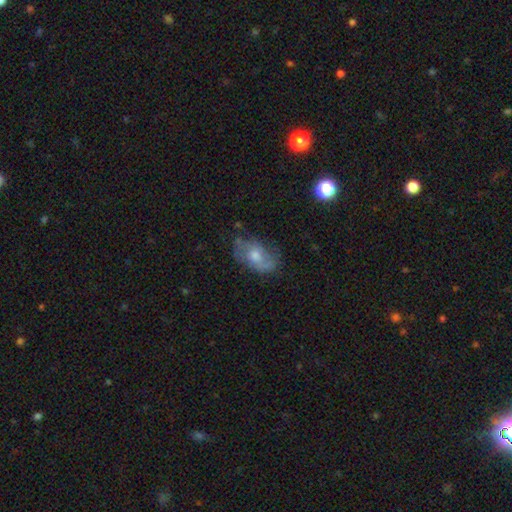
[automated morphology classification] Smooth or featured?
  - featured or disk: 54% *
  - smooth: 36%
  - star or artifact: 10%
Edge-on disk?
  - no: 93% *
  - yes: 7%
Bar?
  - no: 72% *
  - weak: 24%
  - strong: 4%
Spiral arms?
  - yes: 70% *
  - no: 30%
Bulge size?
  - moderate: 61% *
  - small: 22%
  - large: 11%
  - none: 4%
  - dominant: 1%
Merging?
  - none: 59% *
  - minor disturbance: 26%
  - major disturbance: 13%
  - merger: 3%